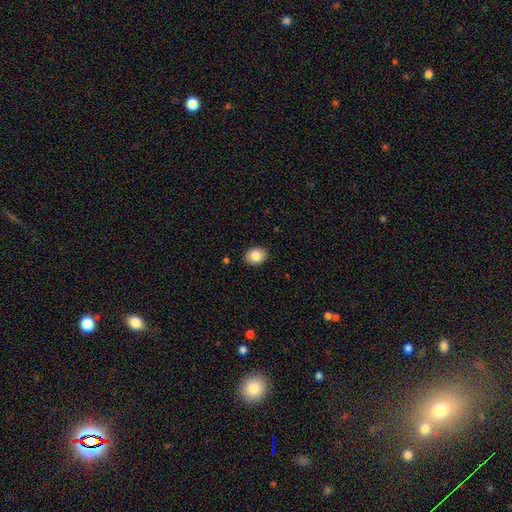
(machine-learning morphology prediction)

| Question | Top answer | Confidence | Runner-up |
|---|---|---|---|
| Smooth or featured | smooth | 85% | star or artifact (8%) |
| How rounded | in between | 54% | round (45%) |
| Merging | none | 88% | minor disturbance (9%) |